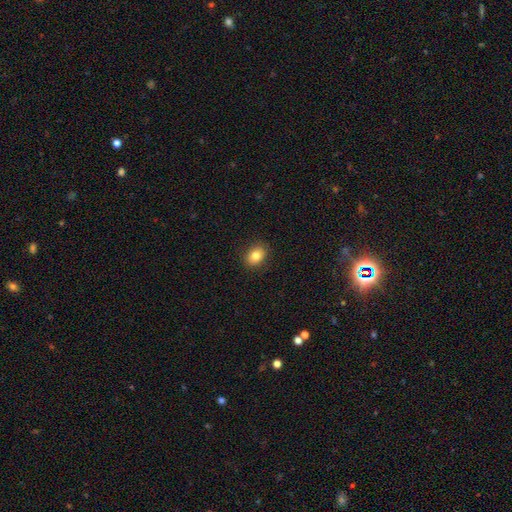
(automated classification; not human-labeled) A smooth galaxy with no disk features (83%) that is in between round and cigar-shaped (64%). Merging: none (89%).